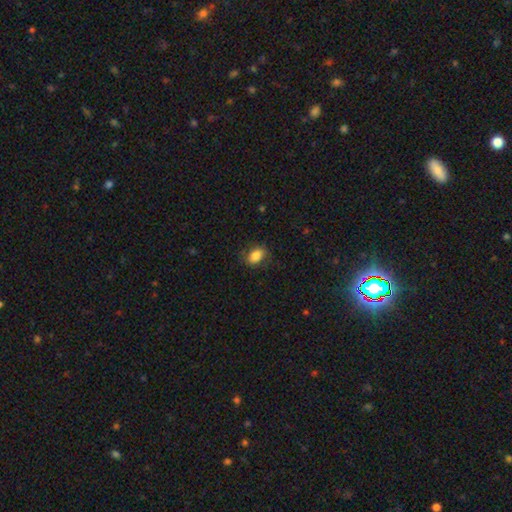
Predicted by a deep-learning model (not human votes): Q: Smooth or featured?
A: smooth (83%); runner-up: featured or disk (9%)
Q: How rounded?
A: in between (80%); runner-up: round (18%)
Q: Merging?
A: none (77%); runner-up: minor disturbance (16%)